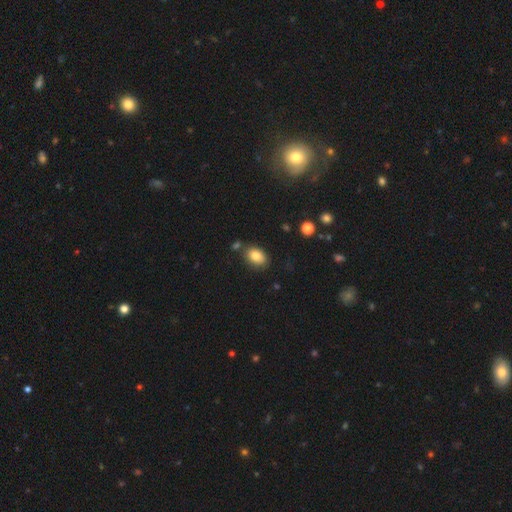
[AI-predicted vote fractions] smooth-or-featured: smooth: 82% | featured or disk: 10% | star or artifact: 9%
  how-rounded: in between: 79% | round: 19% | cigar-shaped: 1%
  merging: none: 76% | minor disturbance: 13% | merger: 7% | major disturbance: 3%